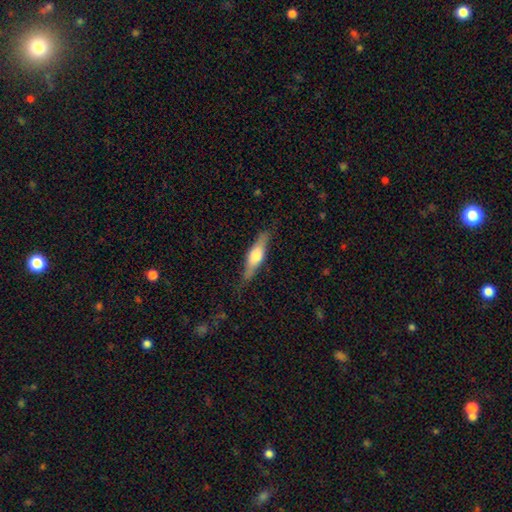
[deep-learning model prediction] Smooth or featured: smooth — 48% (featured or disk — 46%)
Merging: none — 80% (minor disturbance — 15%)